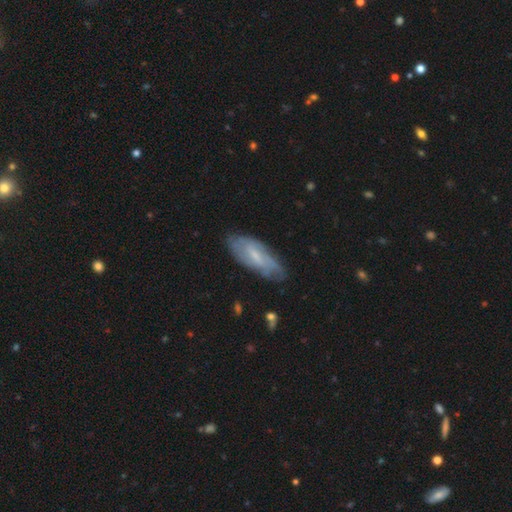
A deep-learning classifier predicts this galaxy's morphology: smooth_or_featured: featured or disk (p=0.55) [alt: smooth p=0.38]
disk_edge_on: no (p=0.83) [alt: yes p=0.17]
merging: none (p=0.73) [alt: minor disturbance p=0.21]